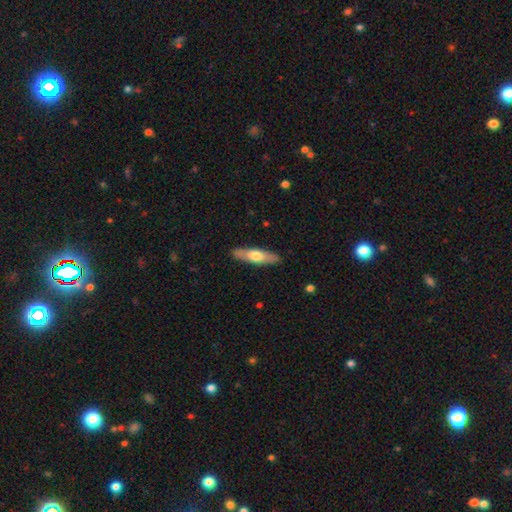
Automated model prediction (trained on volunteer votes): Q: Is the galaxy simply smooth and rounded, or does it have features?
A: smooth — 56%.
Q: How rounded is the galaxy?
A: cigar-shaped — 64%.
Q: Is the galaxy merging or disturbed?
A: none — 89%.